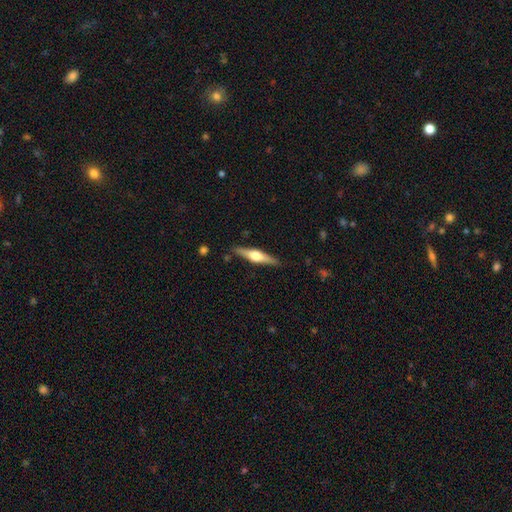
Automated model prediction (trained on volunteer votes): This appears to be a featured or disk galaxy (68%) viewed edge-on (97%) with a rounded central bulge (93%). Merging: none (88%).